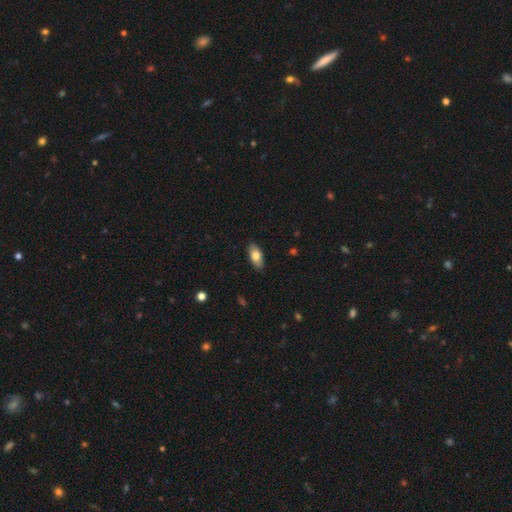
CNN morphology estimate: The model was most divided on "smooth or featured": smooth: 78%, featured or disk: 15%, star or artifact: 7%. More confident: how rounded — in between (88%); merging — none (88%).